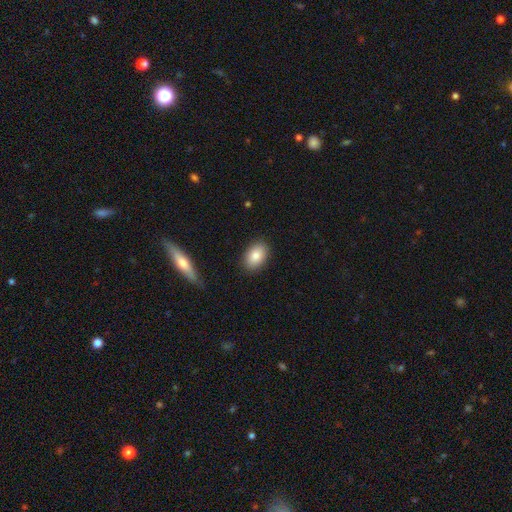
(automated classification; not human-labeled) The model was most divided on "how rounded": in between: 85%, round: 13%, cigar-shaped: 1%. More confident: merging — none (87%); smooth or featured — smooth (82%).